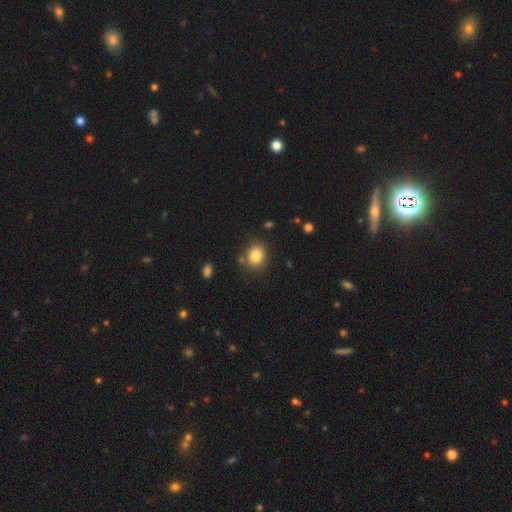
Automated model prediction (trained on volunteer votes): A smooth galaxy with no disk features (83%) that is round (64%).

Vote fractions:
- Smooth or featured? smooth: 83% / star or artifact: 10% / featured or disk: 7%
- How rounded? round: 64% / in between: 35% / cigar-shaped: 1%
- Merging? none: 80% / minor disturbance: 11% / merger: 6% / major disturbance: 3%